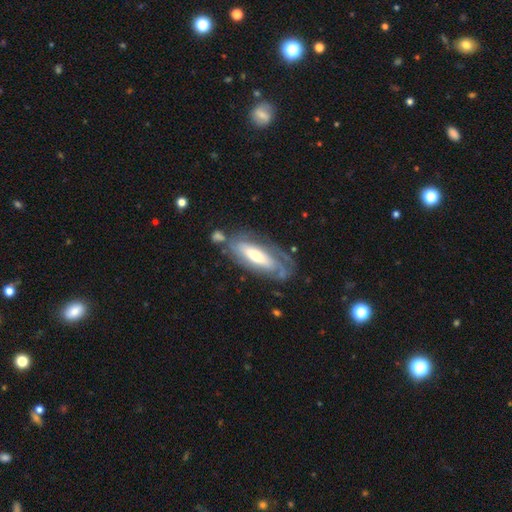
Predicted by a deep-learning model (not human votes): Smooth or featured? Predicted: featured or disk (p=0.65). Edge-on disk? Predicted: no (p=0.78). Bar? Predicted: no (p=0.54). Spiral arms? Predicted: yes (p=0.70). Bulge size? Predicted: moderate (p=0.58). Merging? Predicted: none (p=0.60).